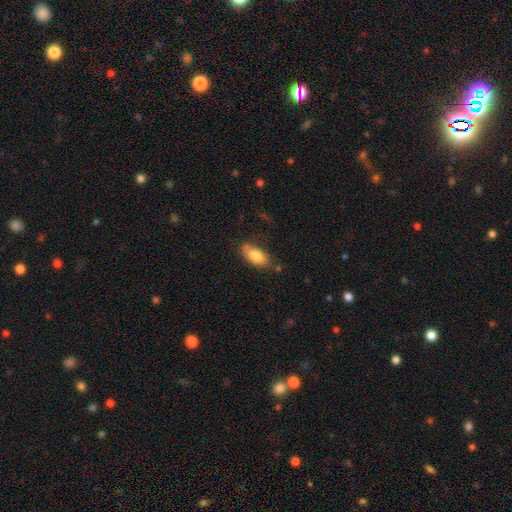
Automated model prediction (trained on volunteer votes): Morphology: type=smooth (81%); roundness=in between (87%); merging=none (69%).